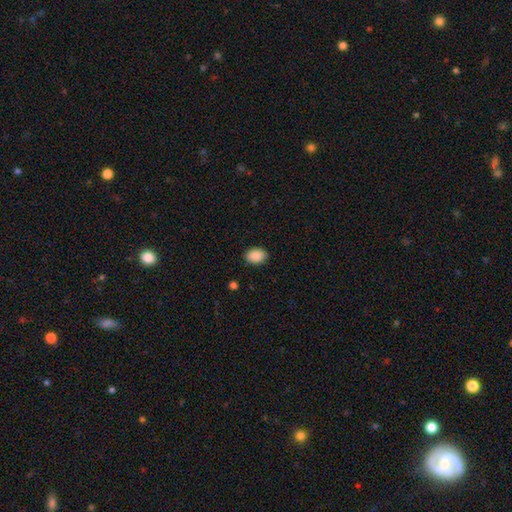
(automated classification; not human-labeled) A smooth galaxy with no disk features (90%) that is in between round and cigar-shaped (77%).

Vote fractions:
- Smooth or featured? smooth: 90% / star or artifact: 7% / featured or disk: 3%
- How rounded? in between: 77% / round: 22% / cigar-shaped: 1%
- Merging? none: 89% / minor disturbance: 8% / major disturbance: 2% / merger: 1%